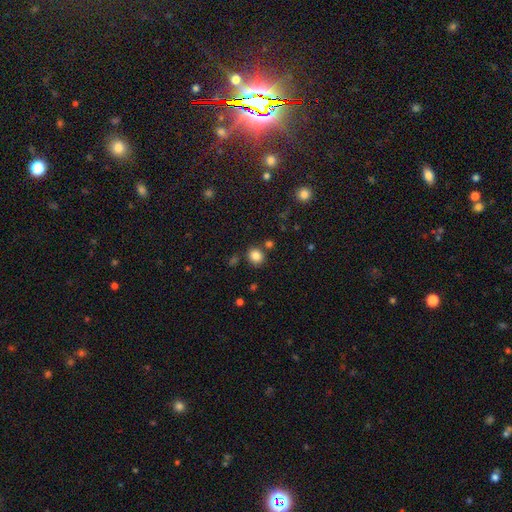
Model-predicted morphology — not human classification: A smooth galaxy with no disk features (84%) that is round (76%).

Vote fractions:
- Smooth or featured? smooth: 84% / star or artifact: 11% / featured or disk: 5%
- How rounded? round: 76% / in between: 23% / cigar-shaped: 1%
- Merging? none: 81% / minor disturbance: 9% / merger: 7% / major disturbance: 3%